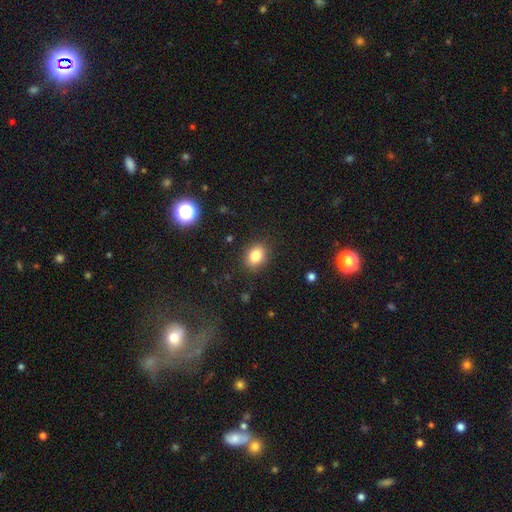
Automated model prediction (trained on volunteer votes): Overall: smooth (82%). How rounded: in between (57%; round 42%). Merging: none (87%).